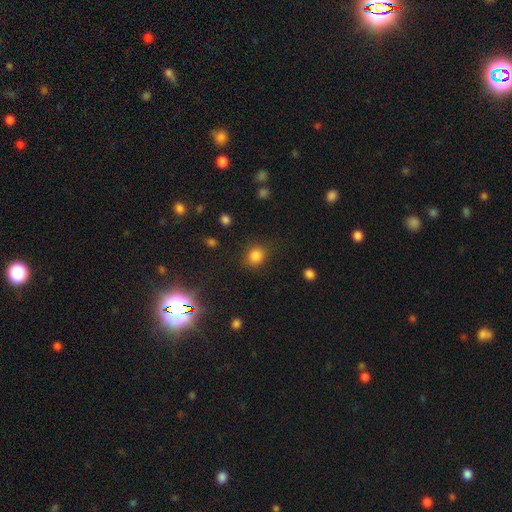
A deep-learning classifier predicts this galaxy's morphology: A smooth galaxy with no disk features (82%) that is round (74%).

Vote fractions:
- Smooth or featured? smooth: 82% / star or artifact: 13% / featured or disk: 5%
- How rounded? round: 74% / in between: 25% / cigar-shaped: 1%
- Merging? none: 82% / minor disturbance: 11% / major disturbance: 5% / merger: 2%